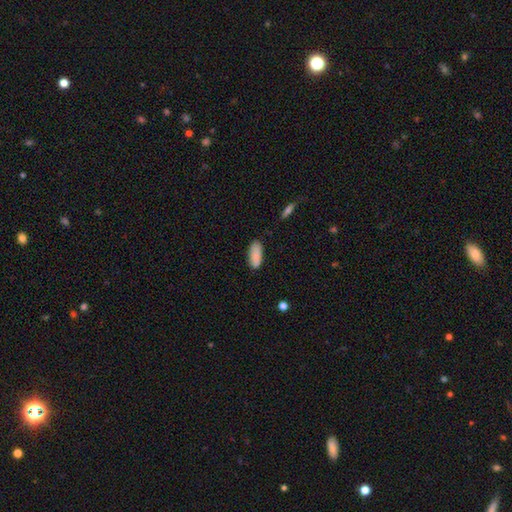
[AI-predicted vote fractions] Smooth or featured? Predicted: smooth (p=0.88). How rounded? Predicted: in between (p=0.80). Merging? Predicted: none (p=0.84).